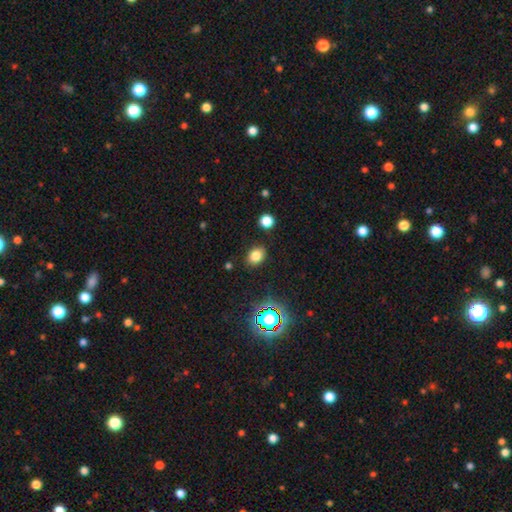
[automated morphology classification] smooth 79%, star or artifact 14%, featured or disk 6%. Down the decision tree: how rounded — in between (63%); merging — none (86%).